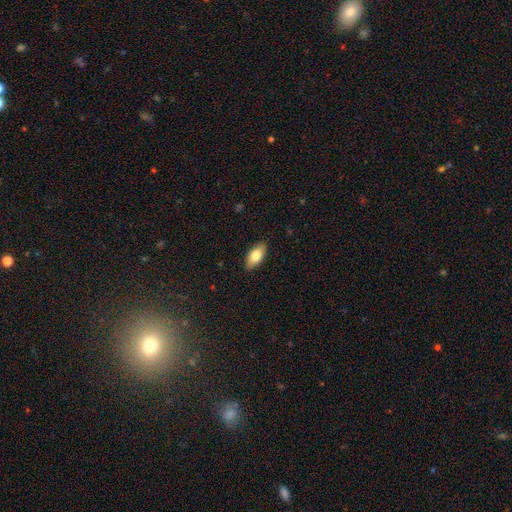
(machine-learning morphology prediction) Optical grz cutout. It shows a smooth galaxy with no disk features (78%) that is in between round and cigar-shaped (90%). Merging: none (88%).